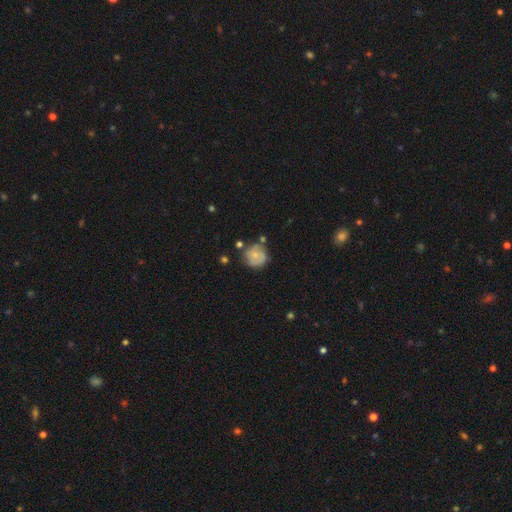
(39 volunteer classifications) Overall: smooth (54%; featured or disk 41%). How rounded: round (71%). Merging: none (59%; minor disturbance 35%).